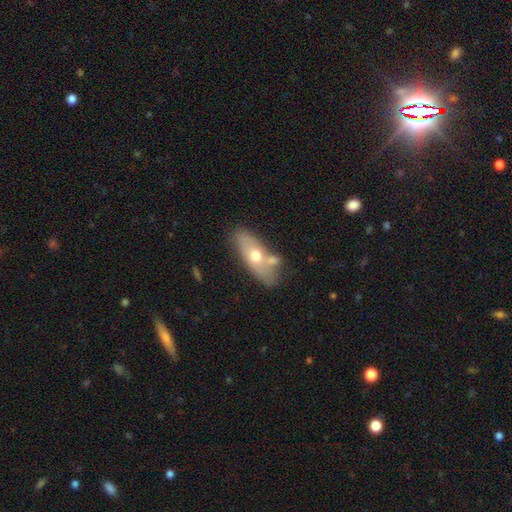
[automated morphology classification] Overall: smooth (53%; featured or disk 40%). How rounded: in between (71%). Merging: none (54%; merger 23%).